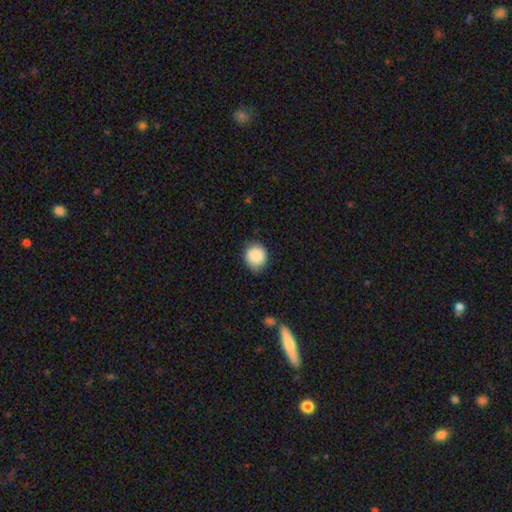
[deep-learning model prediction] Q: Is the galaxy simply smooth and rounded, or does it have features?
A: smooth — 87%.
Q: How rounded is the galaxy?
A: round — 81%.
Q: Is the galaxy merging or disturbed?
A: none — 76%.